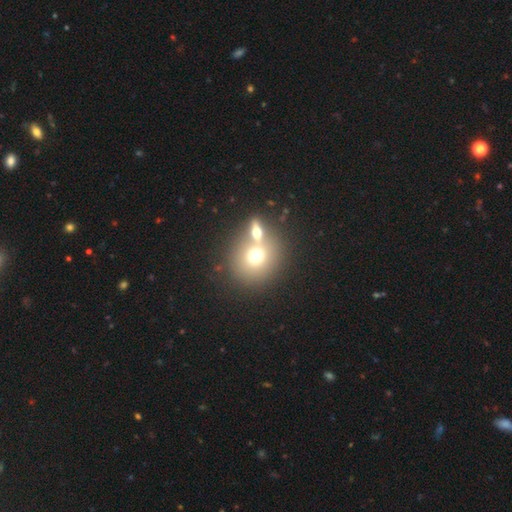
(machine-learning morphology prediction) Smooth or featured?
  - smooth: 67% *
  - featured or disk: 21%
  - star or artifact: 12%
How rounded?
  - round: 82% *
  - in between: 17%
  - cigar-shaped: 1%
Merging?
  - none: 45% *
  - merger: 44%
  - minor disturbance: 7%
  - major disturbance: 4%